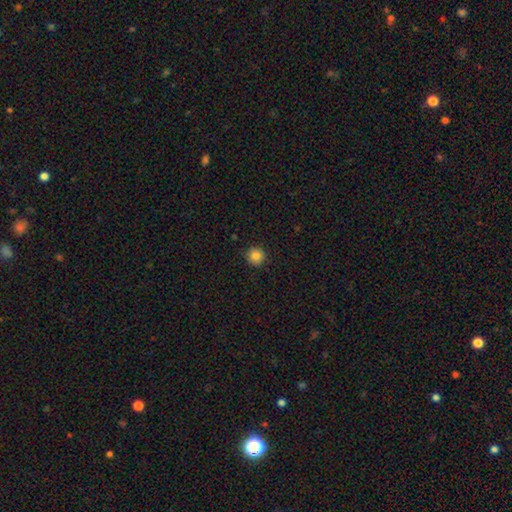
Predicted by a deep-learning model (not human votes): Smooth or featured? smooth (83%)
How rounded? round (94%)
Merging? none (87%)